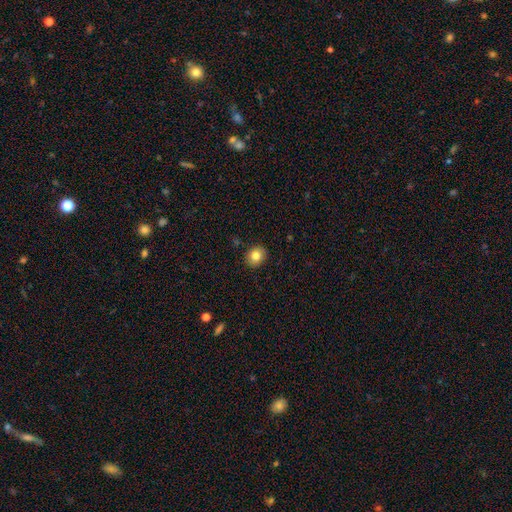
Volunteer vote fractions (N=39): Morphology: type=smooth (82%); roundness=round (59%); merging=none (97%).